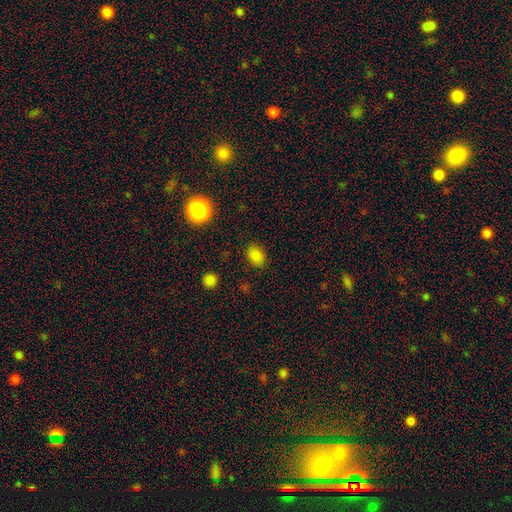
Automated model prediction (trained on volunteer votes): The model was most divided on "how rounded": in between: 63%, round: 36%, cigar-shaped: 1%. More confident: merging — none (86%); smooth or featured — smooth (82%).